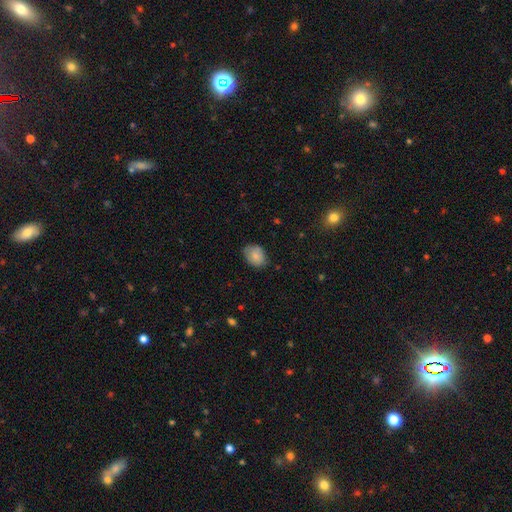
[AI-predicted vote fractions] Smooth or featured? Predicted: smooth (p=0.83). How rounded? Predicted: in between (p=0.69). Merging? Predicted: none (p=0.71).